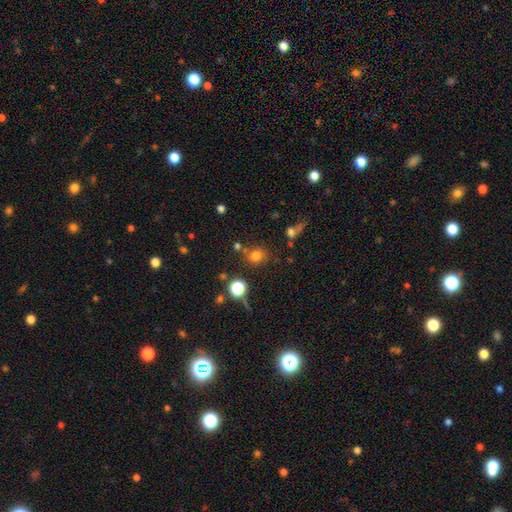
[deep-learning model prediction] Q: Smooth or featured?
A: smooth (74%); runner-up: star or artifact (18%)
Q: How rounded?
A: round (70%); runner-up: in between (28%)
Q: Merging?
A: none (74%); runner-up: minor disturbance (12%)